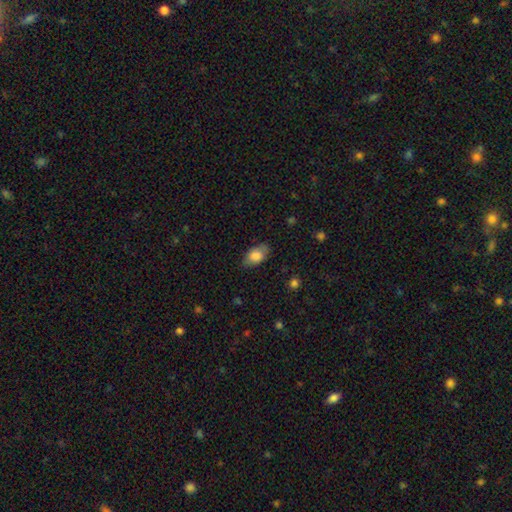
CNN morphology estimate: type=smooth (81%); roundness=in between (90%); merging=none (76%).